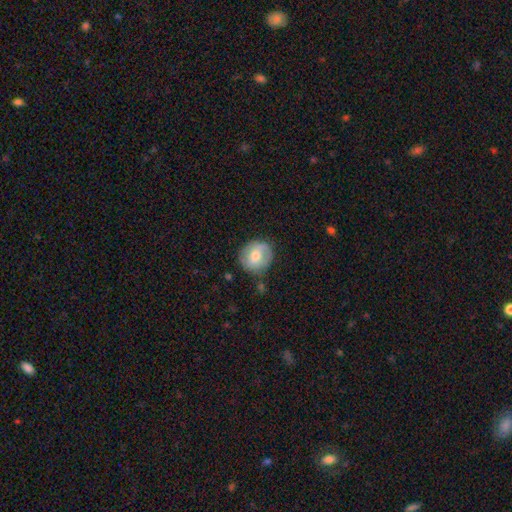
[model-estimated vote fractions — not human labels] smooth_or_featured: smooth (p=0.56) [alt: featured or disk p=0.37]
how_rounded: round (p=0.83) [alt: in between p=0.16]
merging: none (p=0.73) [alt: minor disturbance p=0.19]